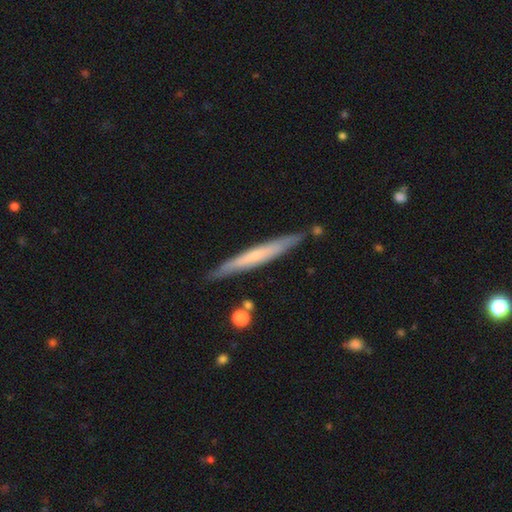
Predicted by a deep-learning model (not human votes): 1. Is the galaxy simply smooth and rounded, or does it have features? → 51% featured or disk, 43% smooth, 6% star or artifact.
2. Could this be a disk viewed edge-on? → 93% yes, 7% no.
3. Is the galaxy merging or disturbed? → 85% none, 10% minor disturbance, 3% merger, 2% major disturbance.